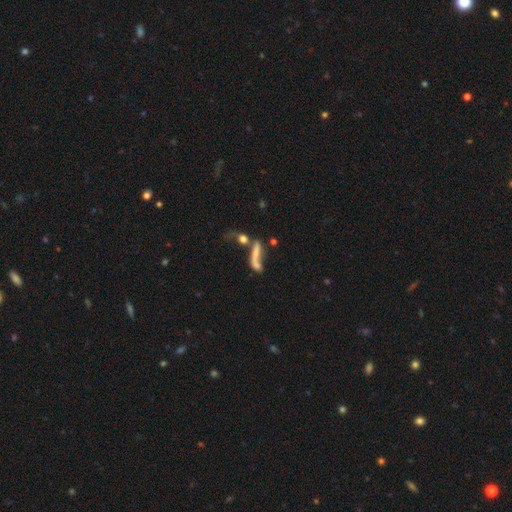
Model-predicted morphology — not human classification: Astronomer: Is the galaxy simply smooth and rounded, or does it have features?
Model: smooth — 44% (runner-up: featured or disk, 41%).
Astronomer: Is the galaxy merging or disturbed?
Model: merger — 44% (runner-up: major disturbance, 23%).